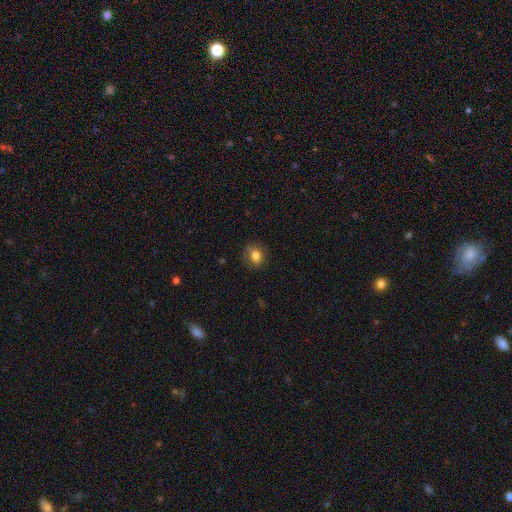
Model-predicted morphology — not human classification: Smooth or featured: smooth — 81% (star or artifact — 10%)
How rounded: round — 56% (in between — 43%)
Merging: none — 78% (minor disturbance — 17%)